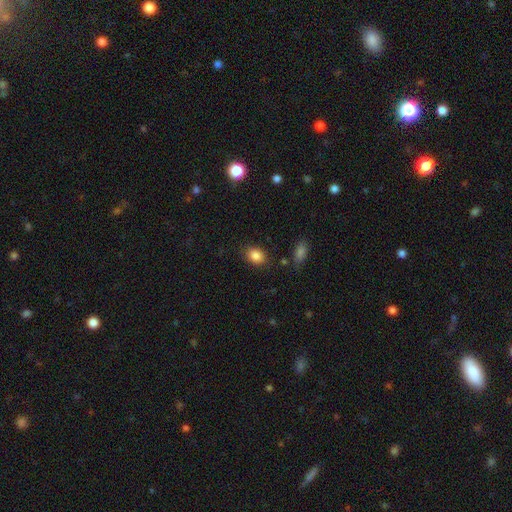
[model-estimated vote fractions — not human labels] Smooth or featured? smooth (86%)
How rounded? in between (66%)
Merging? none (83%)